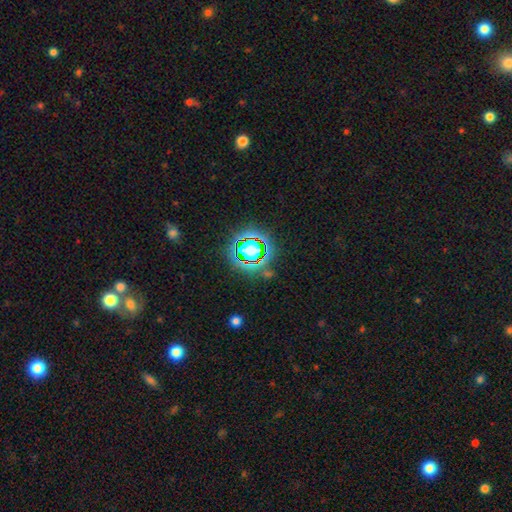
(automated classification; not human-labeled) This is likely a star or artifact rather than a galaxy (71%).